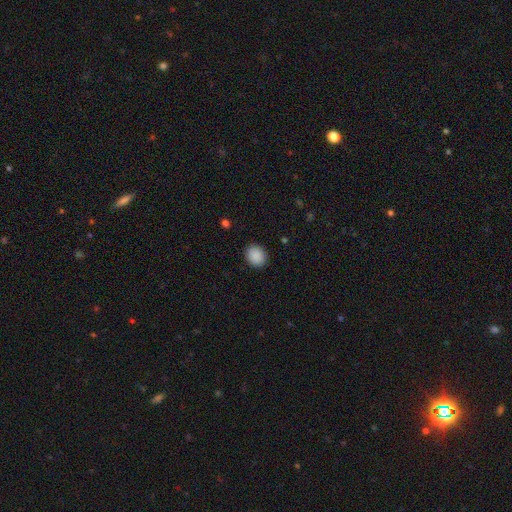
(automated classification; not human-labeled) Q: Smooth or featured?
A: smooth (89%); runner-up: star or artifact (8%)
Q: How rounded?
A: round (68%); runner-up: in between (31%)
Q: Merging?
A: none (90%); runner-up: minor disturbance (7%)